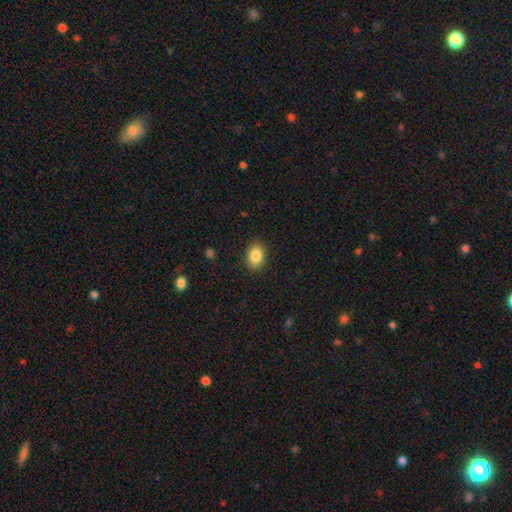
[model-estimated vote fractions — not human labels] Smooth or featured? smooth (86%)
How rounded? in between (80%)
Merging? none (89%)